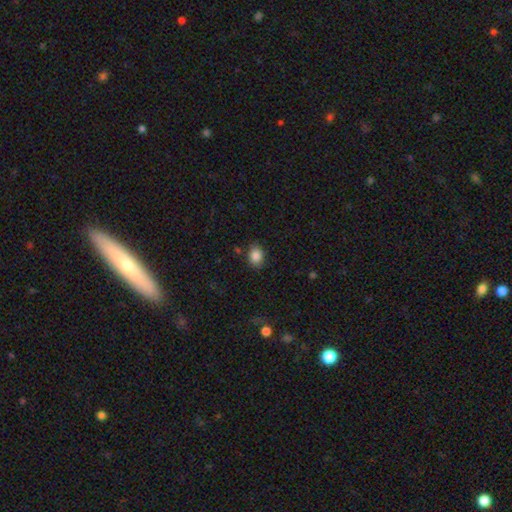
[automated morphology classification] A smooth galaxy with no disk features (86%) that is in between round and cigar-shaped (55%).

Vote fractions:
- Smooth or featured? smooth: 86% / star or artifact: 9% / featured or disk: 5%
- How rounded? in between: 55% / round: 44% / cigar-shaped: 1%
- Merging? none: 82% / minor disturbance: 13% / major disturbance: 3% / merger: 3%